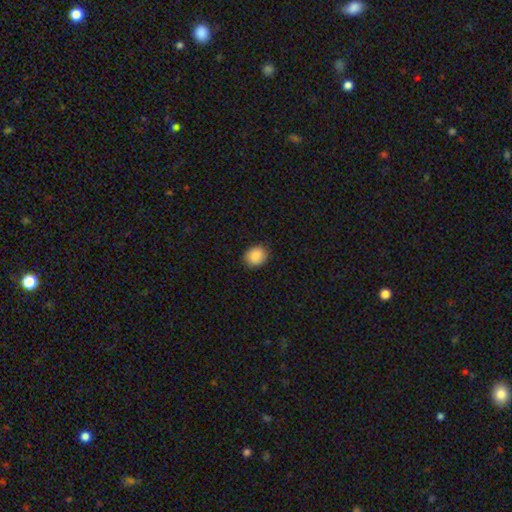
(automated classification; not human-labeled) The model was most divided on "how rounded": round: 62%, in between: 37%, cigar-shaped: 1%. More confident: smooth or featured — smooth (88%); merging — none (85%).